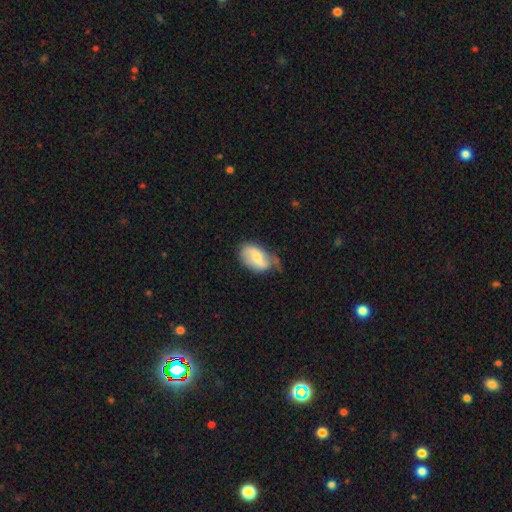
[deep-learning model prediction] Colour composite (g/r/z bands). It shows a featured or disk galaxy (48%). Merging: none (44%).